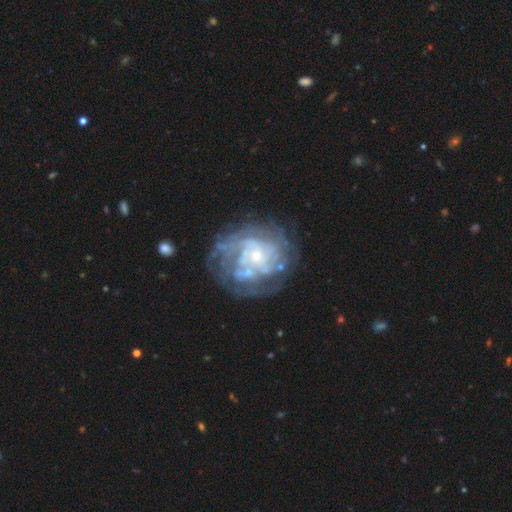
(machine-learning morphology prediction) A featured or disk galaxy (79%) with no bar (79%), tight (62%) spiral arms (72%) and a small central bulge (72%).

Vote fractions:
- Smooth or featured? featured or disk: 79% / smooth: 13% / star or artifact: 8%
- Edge-on disk? no: 98% / yes: 2%
- Bar? no: 79% / weak: 17% / strong: 4%
- Spiral arms? yes: 72% / no: 28%
- Spiral winding? tight: 62% / medium: 26% / loose: 12%
- Spiral arm count? can't tell: 54% / 4: 11% / 3: 11% / 2: 11% / more than 4: 9% / 1: 5%
- Bulge size? small: 72% / moderate: 19% / none: 5% / large: 3% / dominant: 1%
- Merging? none: 59% / minor disturbance: 18% / major disturbance: 16% / merger: 6%